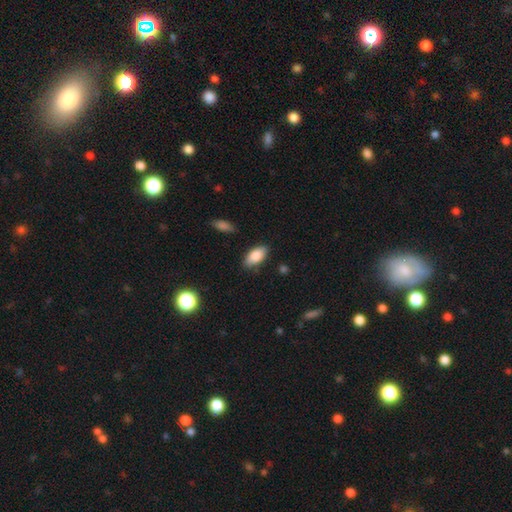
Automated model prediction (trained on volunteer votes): This is clearly a smooth galaxy (85%). How rounded: clearly in between (92%). Merging: clearly none (83%).